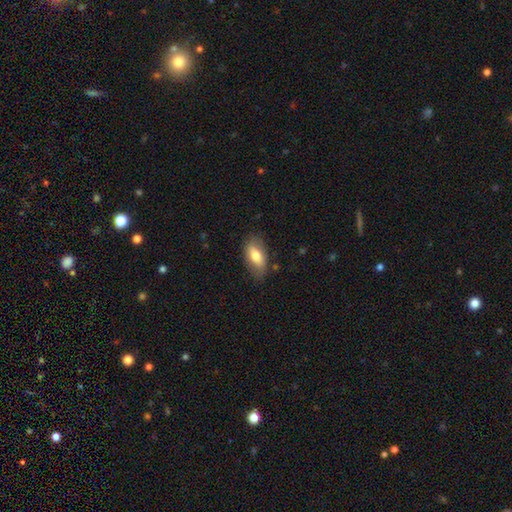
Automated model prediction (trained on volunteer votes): Smooth or featured? Predicted: smooth (p=0.72). How rounded? Predicted: in between (p=0.89). Merging? Predicted: none (p=0.75).